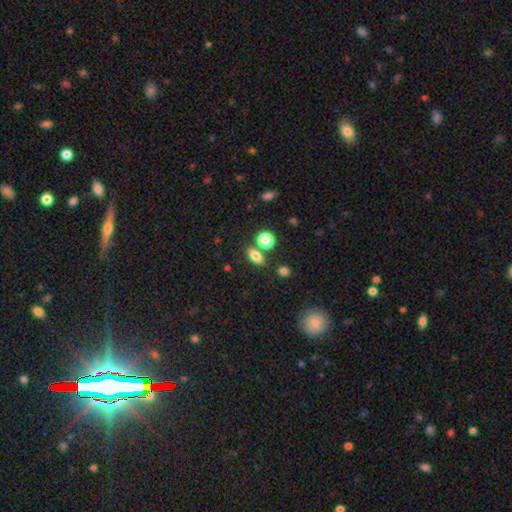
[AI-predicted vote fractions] Smooth or featured: smooth — 78% (star or artifact — 13%)
How rounded: in between — 74% (round — 17%)
Merging: none — 71% (merger — 14%)